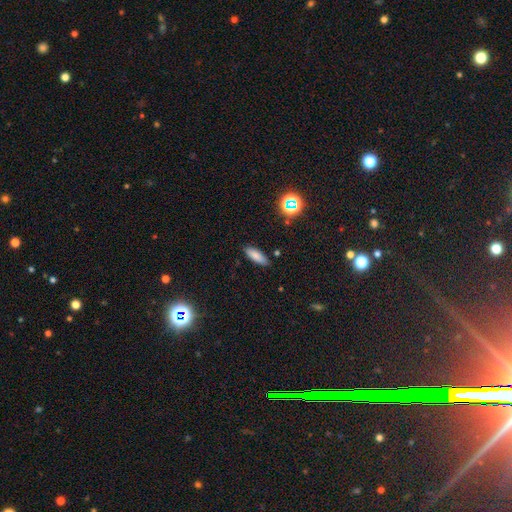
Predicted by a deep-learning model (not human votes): Overall: smooth (81%). How rounded: in between (60%; cigar-shaped 37%). Merging: none (86%).